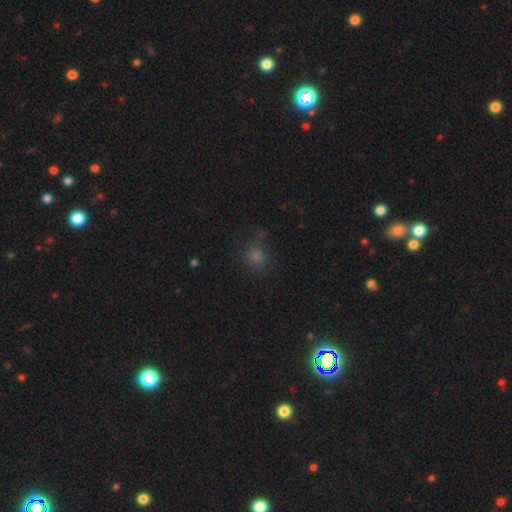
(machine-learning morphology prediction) A smooth galaxy with no disk features (60%) that is round (81%). Merging: none (72%).